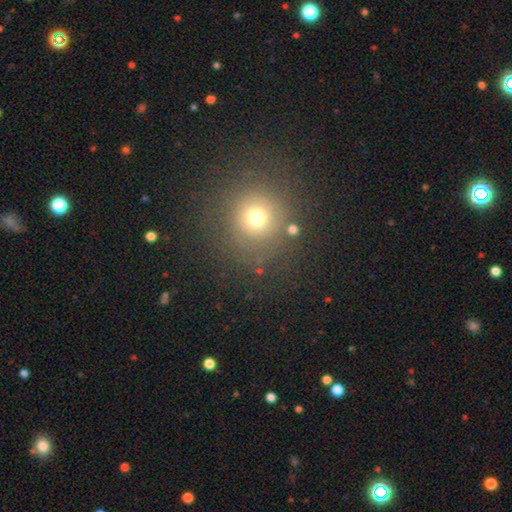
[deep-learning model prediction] Smooth or featured: smooth — 60% (star or artifact — 33%)
How rounded: round — 94% (in between — 5%)
Merging: none — 89% (minor disturbance — 6%)